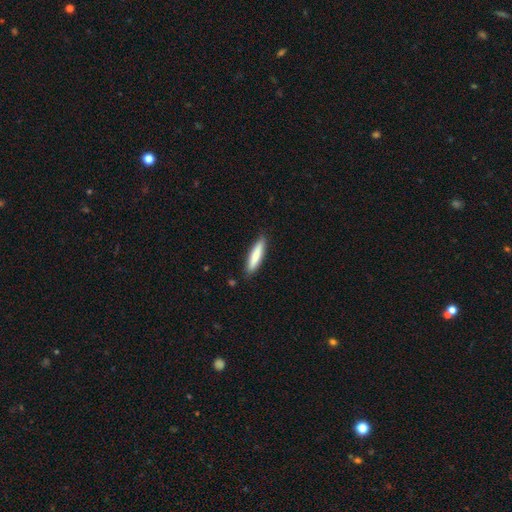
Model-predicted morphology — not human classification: smooth_or_featured: smooth (p=0.80) [alt: featured or disk p=0.14]
how_rounded: cigar-shaped (p=0.82) [alt: in between p=0.16]
merging: none (p=0.87) [alt: minor disturbance p=0.10]